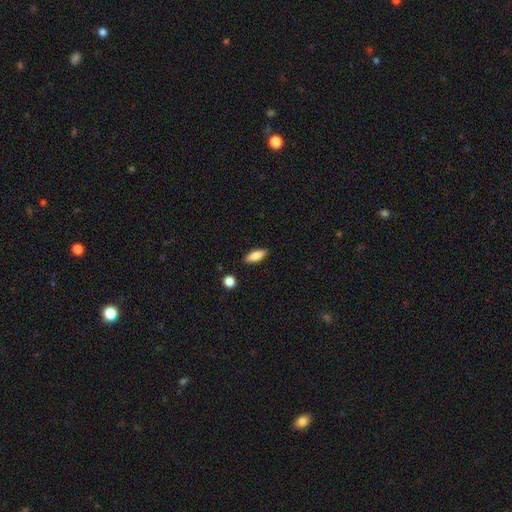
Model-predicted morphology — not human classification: This appears to be a smooth galaxy with no disk features (82%) that is in between round and cigar-shaped (71%). Merging: none (87%).